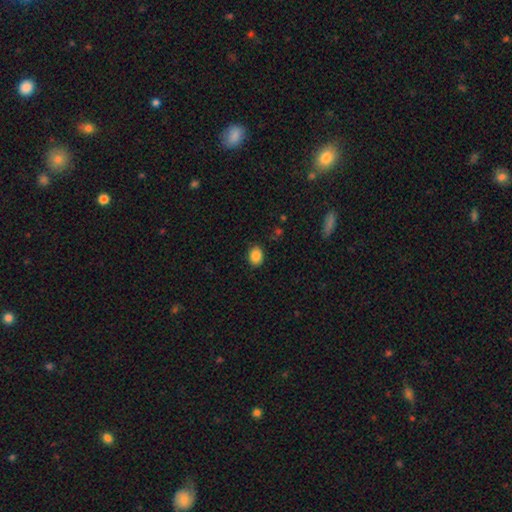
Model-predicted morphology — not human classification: smooth_or_featured: smooth (p=0.87) [alt: star or artifact p=0.09]
how_rounded: in between (p=0.64) [alt: round p=0.35]
merging: none (p=0.87) [alt: minor disturbance p=0.10]